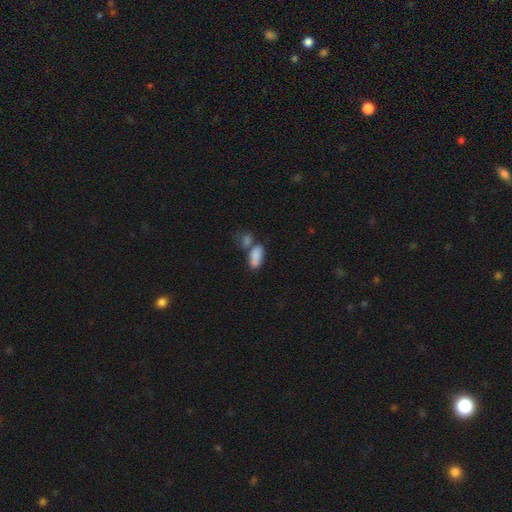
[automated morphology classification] Smooth or featured? Predicted: smooth (p=0.82). How rounded? Predicted: in between (p=0.90). Merging? Predicted: merger (p=0.47).